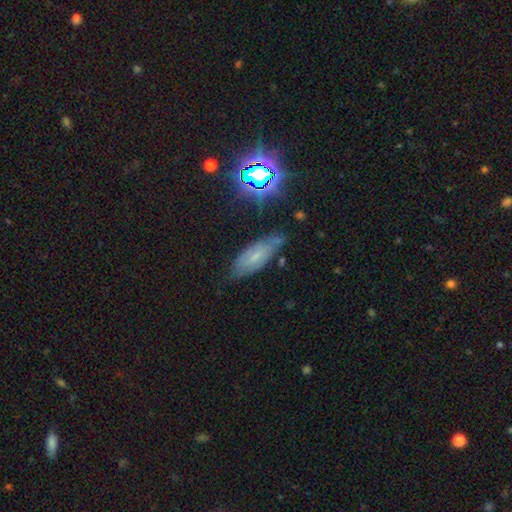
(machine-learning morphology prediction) Q: Smooth or featured?
A: smooth (42%); runner-up: featured or disk (40%)
Q: Merging?
A: none (65%); runner-up: minor disturbance (25%)